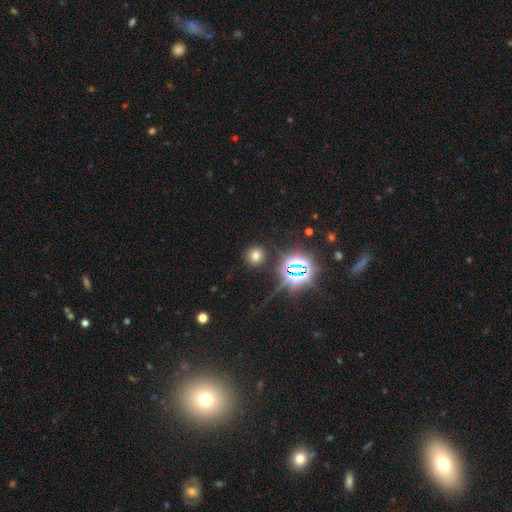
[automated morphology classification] Smooth or featured? smooth (63%)
How rounded? round (89%)
Merging? none (88%)